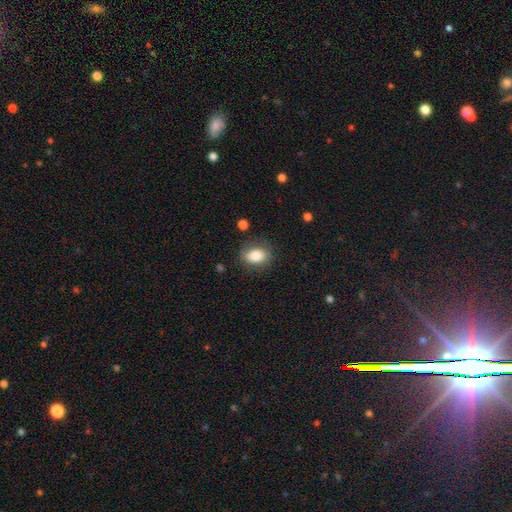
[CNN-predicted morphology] smooth-or-featured: smooth: 79% | featured or disk: 13% | star or artifact: 8%
  how-rounded: in between: 73% | round: 26% | cigar-shaped: 1%
  merging: none: 76% | minor disturbance: 17% | major disturbance: 6% | merger: 2%